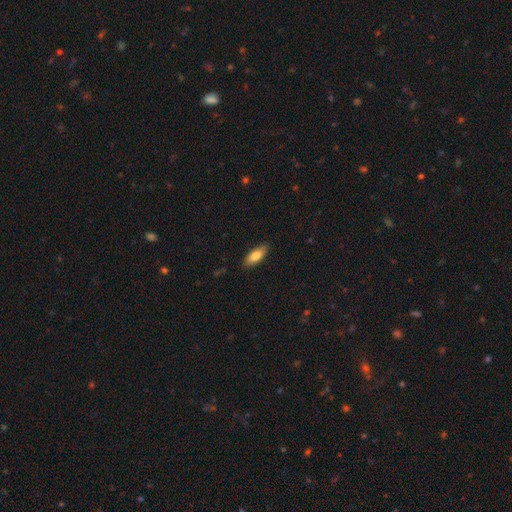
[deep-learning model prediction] This appears to be a smooth galaxy with no disk features (81%) that is in between round and cigar-shaped (79%). Merging: none (87%).